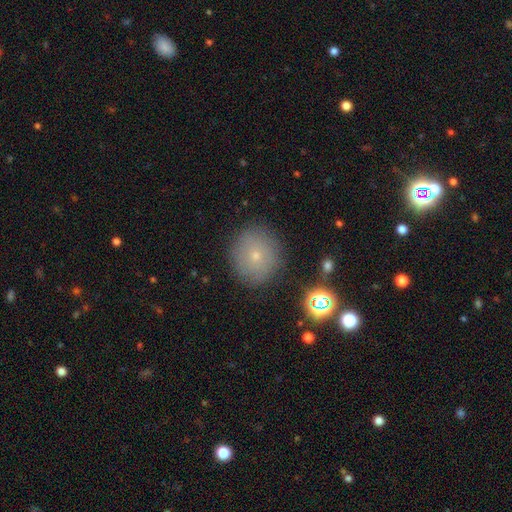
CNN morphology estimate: Smooth or featured? Predicted: smooth (p=0.66). How rounded? Predicted: round (p=0.90). Merging? Predicted: none (p=0.86).